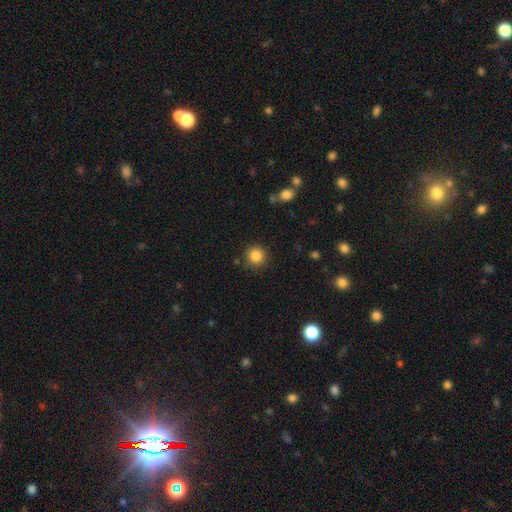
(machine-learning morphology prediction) type=smooth (86%); roundness=round (92%); merging=none (87%).